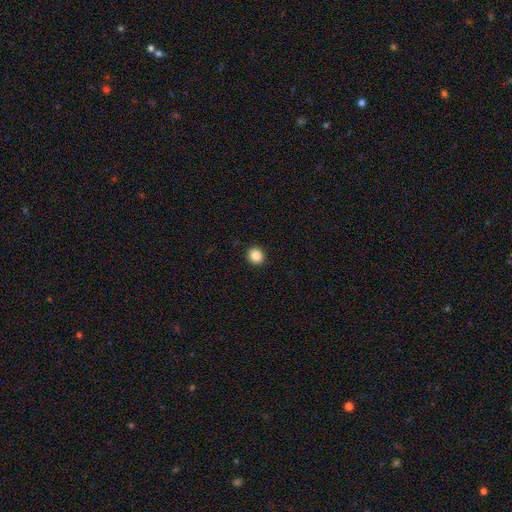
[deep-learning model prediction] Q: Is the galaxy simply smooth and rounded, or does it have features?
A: smooth — 85%.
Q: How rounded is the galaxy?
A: round — 89%.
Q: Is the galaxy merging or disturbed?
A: none — 93%.